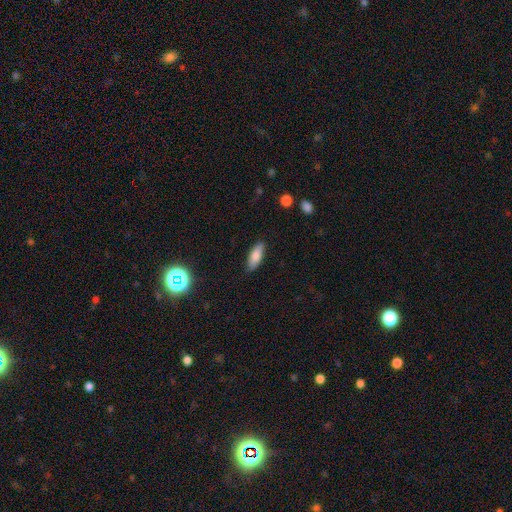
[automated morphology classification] A smooth galaxy with no disk features (82%) that is in between round and cigar-shaped (68%).

Vote fractions:
- Smooth or featured? smooth: 82% / featured or disk: 11% / star or artifact: 7%
- How rounded? in between: 68% / cigar-shaped: 30% / round: 2%
- Merging? none: 84% / minor disturbance: 12% / major disturbance: 2% / merger: 1%